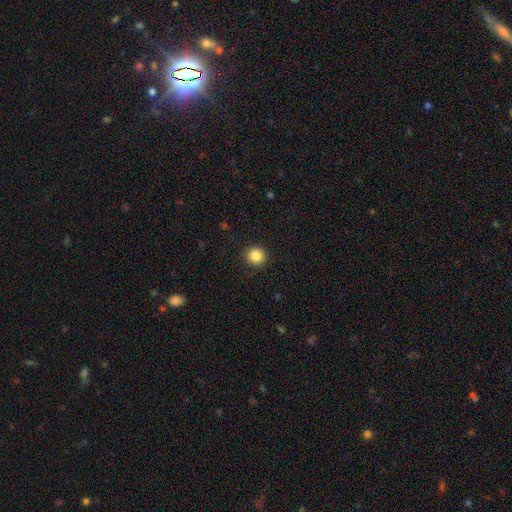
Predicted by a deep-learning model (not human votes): A smooth galaxy with no disk features (87%) that is round (92%). Merging: none (91%).